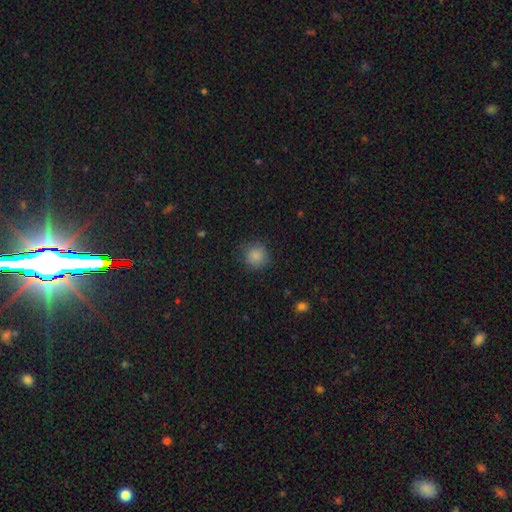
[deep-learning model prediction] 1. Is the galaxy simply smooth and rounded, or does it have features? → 86% smooth, 10% star or artifact, 4% featured or disk.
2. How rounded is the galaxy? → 93% round, 6% in between, 1% cigar-shaped.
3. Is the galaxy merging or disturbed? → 84% none, 11% minor disturbance, 3% major disturbance, 1% merger.